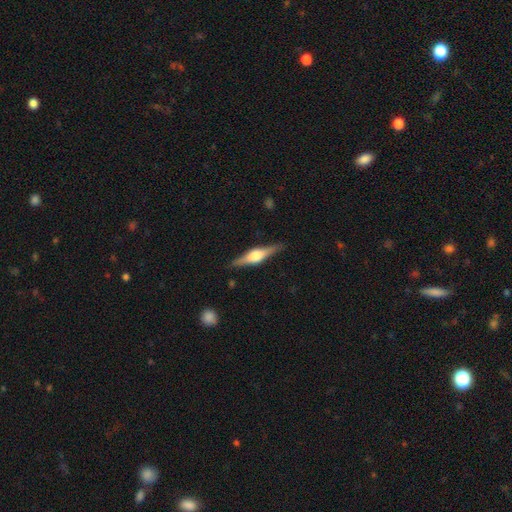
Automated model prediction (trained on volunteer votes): Smooth or featured? Predicted: featured or disk (p=0.73). Edge-on disk? Predicted: yes (p=0.97). Edge-on bulge? Predicted: rounded (p=0.90). Merging? Predicted: none (p=0.88).